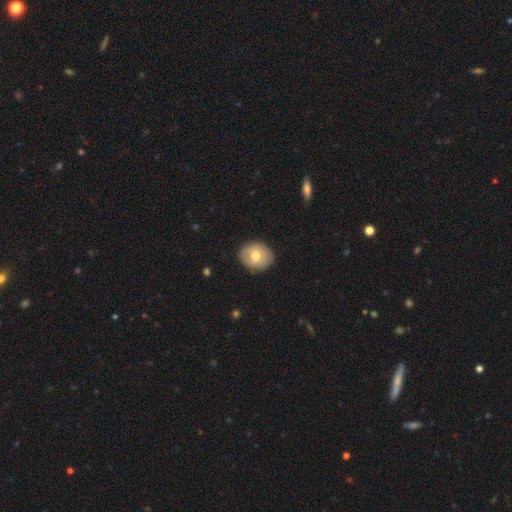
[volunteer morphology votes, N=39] smooth_or_featured: smooth (p=0.67) [alt: featured or disk p=0.33]
how_rounded: round (p=0.65) [alt: in between p=0.35]
merging: none (p=0.92) [alt: minor disturbance p=0.05]